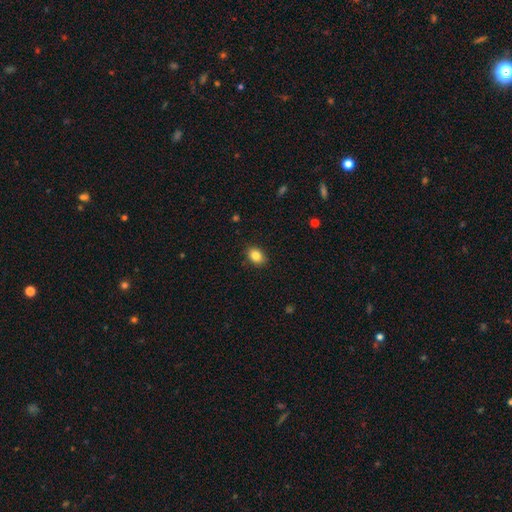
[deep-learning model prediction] This appears to be a smooth galaxy with no disk features (85%) that is in between round and cigar-shaped (73%). Merging: none (88%).